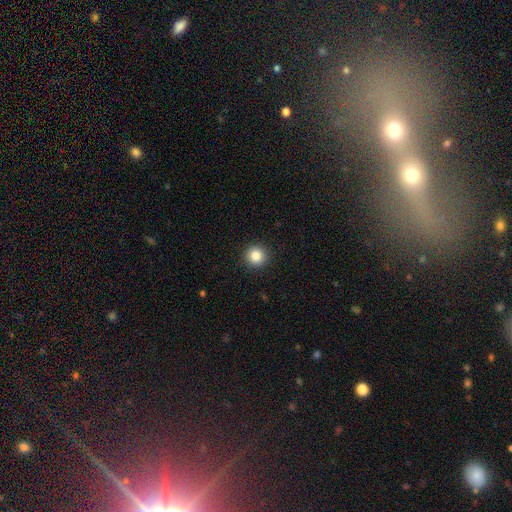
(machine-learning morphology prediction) This is clearly a smooth galaxy (86%). How rounded: clearly round (94%). Merging: clearly none (92%).